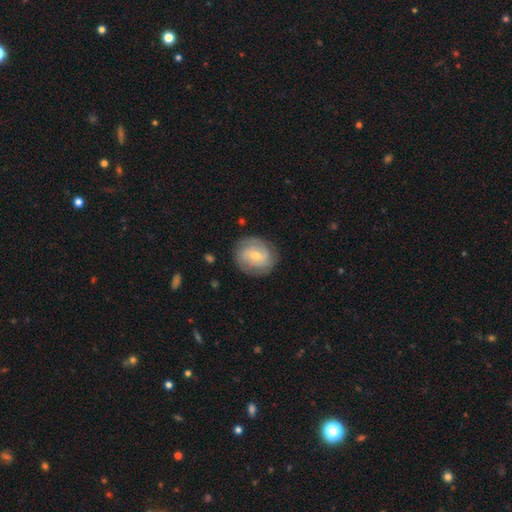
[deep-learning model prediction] This appears to be a featured or disk galaxy (56%) with a weak bar (48%), spiral arms (79%) and a moderate central bulge (55%). Merging: none (80%).